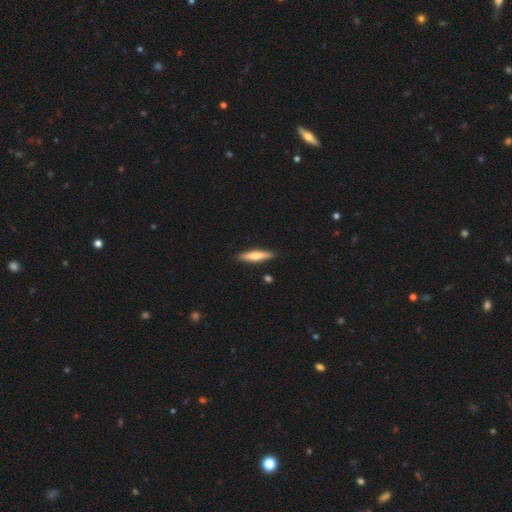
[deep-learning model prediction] Morphology: type=smooth (60%); roundness=cigar-shaped (83%); merging=none (89%).